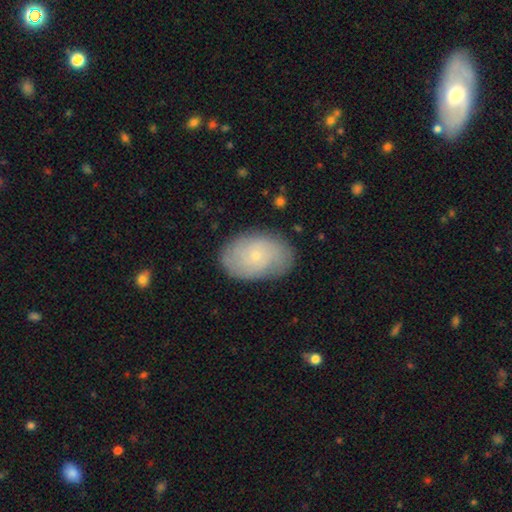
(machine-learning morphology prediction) Overall: featured or disk (52%; smooth 40%). Edge-on disk: no (95%). Merging: none (81%).